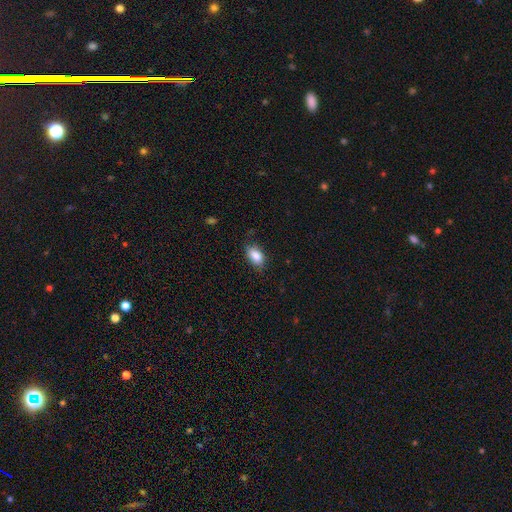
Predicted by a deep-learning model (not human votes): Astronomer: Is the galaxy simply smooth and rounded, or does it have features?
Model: smooth — 86%.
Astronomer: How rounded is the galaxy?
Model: in between — 89%.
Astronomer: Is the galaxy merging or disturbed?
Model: none — 74%.